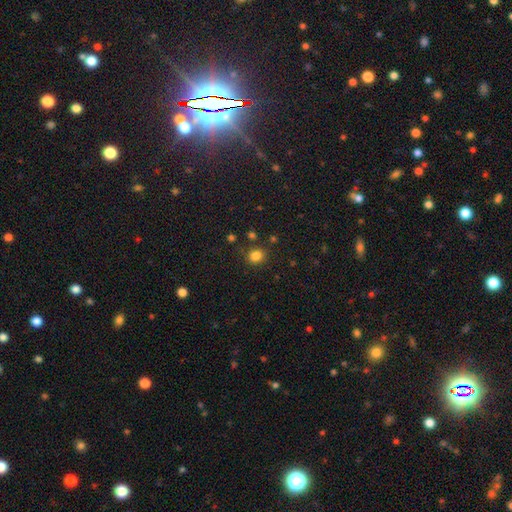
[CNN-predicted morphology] This is clearly a smooth galaxy (82%). How rounded: likely round (72%). Merging: clearly none (84%).